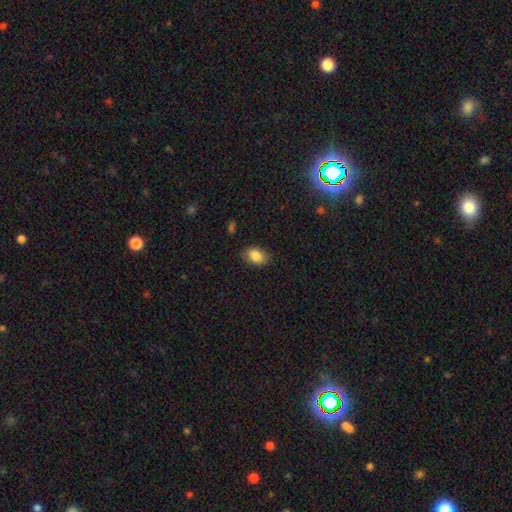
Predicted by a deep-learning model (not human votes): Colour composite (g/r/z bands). It shows a smooth galaxy with no disk features (87%) that is in between round and cigar-shaped (84%). Merging: none (83%).